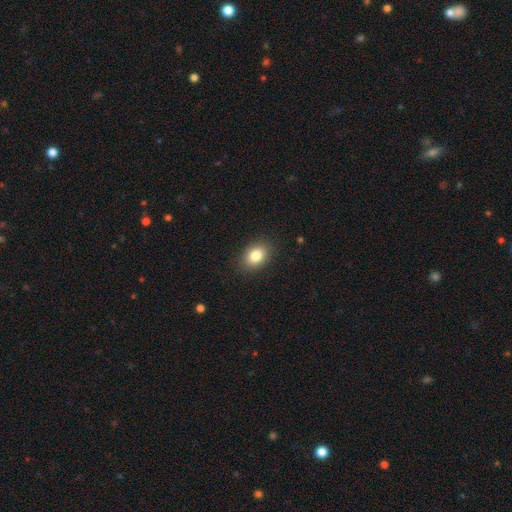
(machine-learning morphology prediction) Smooth or featured? Predicted: smooth (p=0.83). How rounded? Predicted: in between (p=0.76). Merging? Predicted: none (p=0.88).